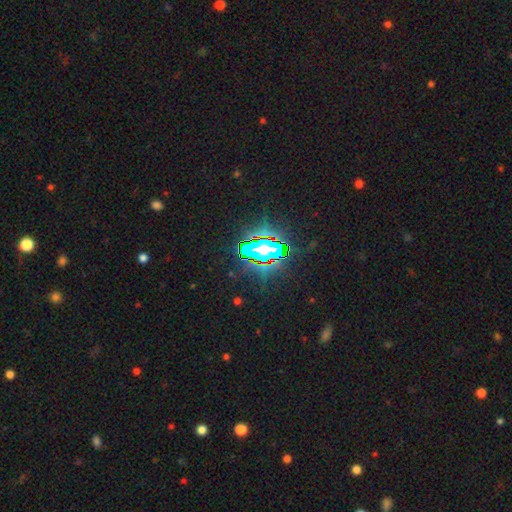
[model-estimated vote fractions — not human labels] Smooth or featured: star or artifact — 79% (smooth — 12%)